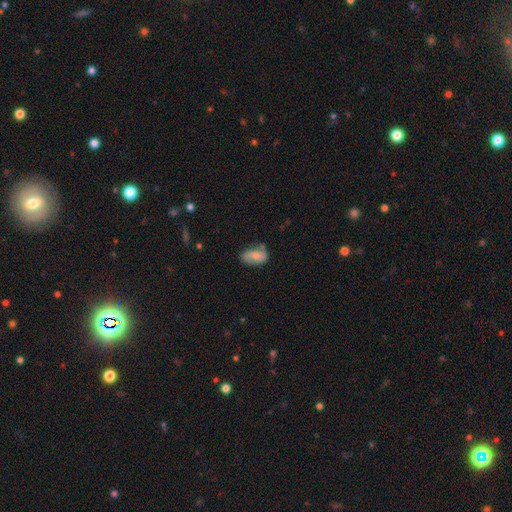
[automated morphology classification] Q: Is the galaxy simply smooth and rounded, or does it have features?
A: smooth — 77%.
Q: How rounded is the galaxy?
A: in between — 92%.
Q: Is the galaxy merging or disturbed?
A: none — 55%.